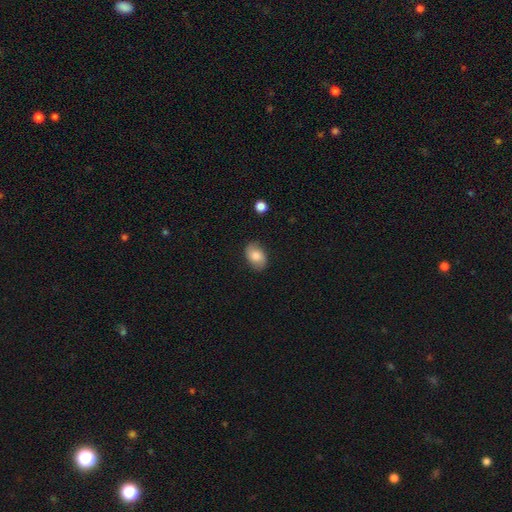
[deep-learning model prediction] The model was most divided on "smooth or featured": smooth: 76%, featured or disk: 16%, star or artifact: 8%. More confident: how rounded — in between (86%); merging — none (82%).